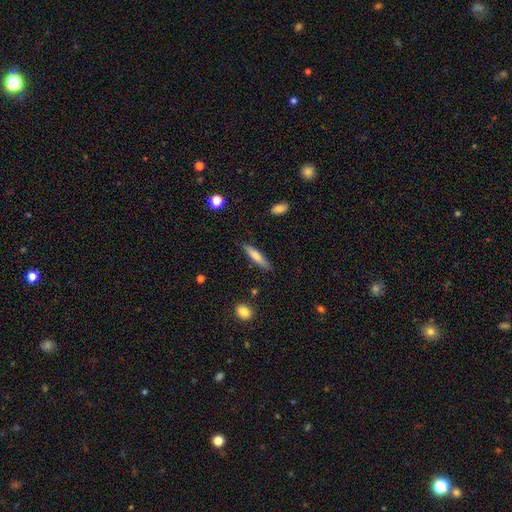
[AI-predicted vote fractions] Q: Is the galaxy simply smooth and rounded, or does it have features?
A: smooth — 71%.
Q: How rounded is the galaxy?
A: cigar-shaped — 85%.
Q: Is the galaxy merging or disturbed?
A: none — 86%.